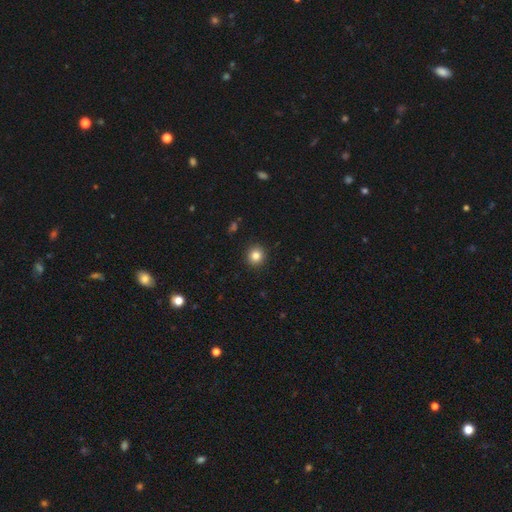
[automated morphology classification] A smooth galaxy with no disk features (83%) that is round (93%).

Vote fractions:
- Smooth or featured? smooth: 83% / star or artifact: 11% / featured or disk: 6%
- How rounded? round: 93% / in between: 7% / cigar-shaped: 1%
- Merging? none: 92% / minor disturbance: 5% / major disturbance: 2% / merger: 1%